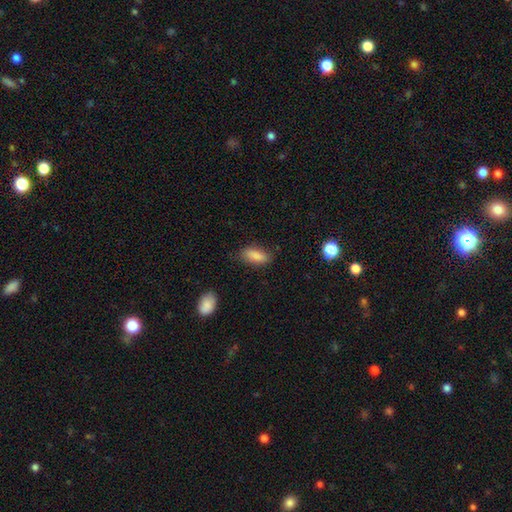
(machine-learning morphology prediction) type=smooth (86%); roundness=in between (82%); merging=none (77%).